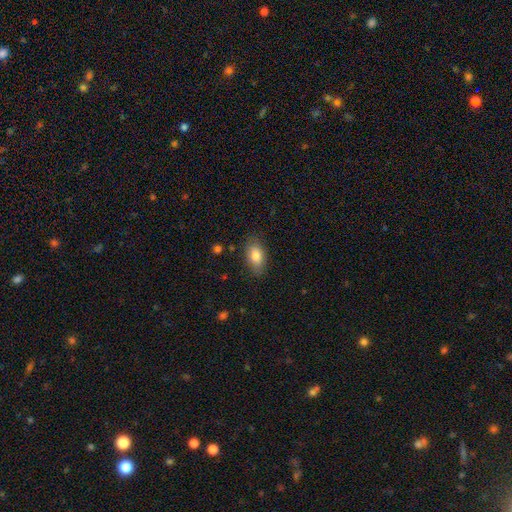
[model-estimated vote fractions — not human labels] Q: Smooth or featured?
A: smooth (82%); runner-up: featured or disk (11%)
Q: How rounded?
A: in between (90%); runner-up: round (6%)
Q: Merging?
A: none (81%); runner-up: minor disturbance (14%)